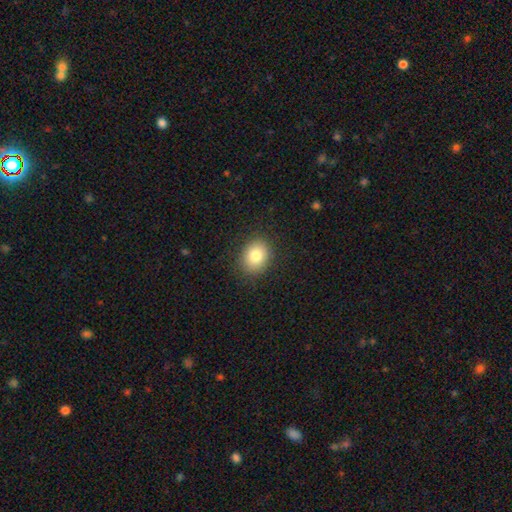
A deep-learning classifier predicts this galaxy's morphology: smooth 82%, star or artifact 9%, featured or disk 9%. Down the decision tree: how rounded — in between (51%); merging — none (88%).